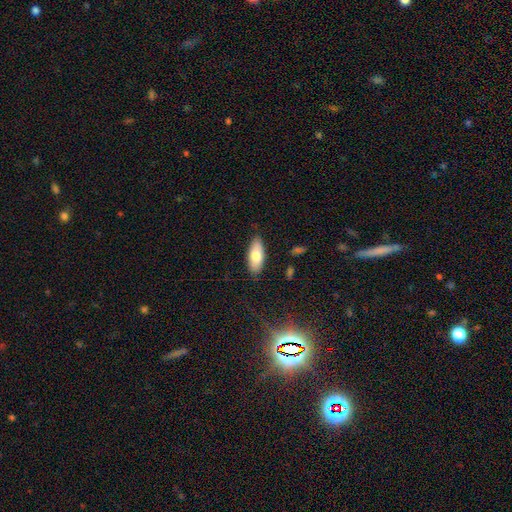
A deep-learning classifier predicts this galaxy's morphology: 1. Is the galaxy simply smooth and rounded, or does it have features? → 74% smooth, 20% featured or disk, 6% star or artifact.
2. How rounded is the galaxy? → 82% in between, 16% cigar-shaped, 2% round.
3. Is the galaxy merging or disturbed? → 85% none, 12% minor disturbance, 2% major disturbance, 1% merger.